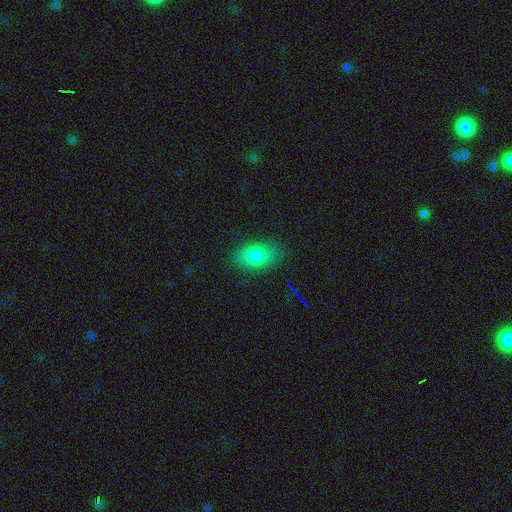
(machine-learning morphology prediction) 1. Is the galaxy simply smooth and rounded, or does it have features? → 79% smooth, 11% featured or disk, 10% star or artifact.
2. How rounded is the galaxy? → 86% in between, 12% round, 2% cigar-shaped.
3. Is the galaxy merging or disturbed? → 81% none, 14% minor disturbance, 4% major disturbance, 1% merger.